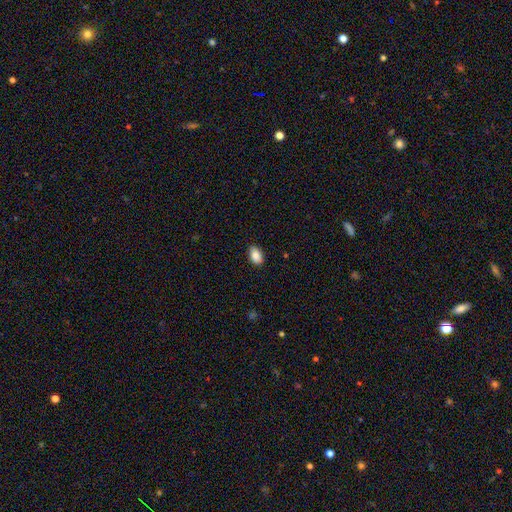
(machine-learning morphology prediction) Smooth or featured? smooth (88%)
How rounded? in between (91%)
Merging? none (87%)